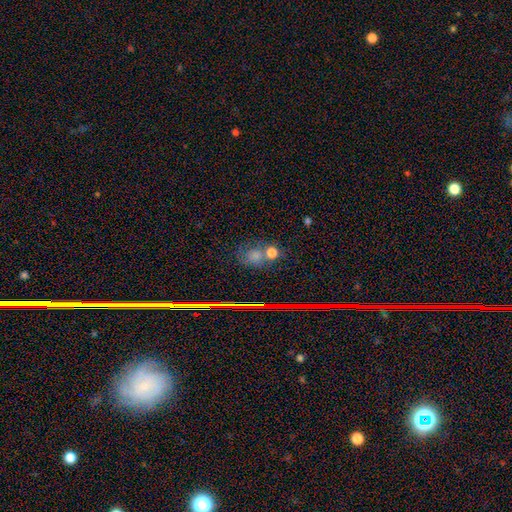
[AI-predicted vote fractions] Overall: smooth (48%; star or artifact 35%). Merging: none (57%; merger 23%).